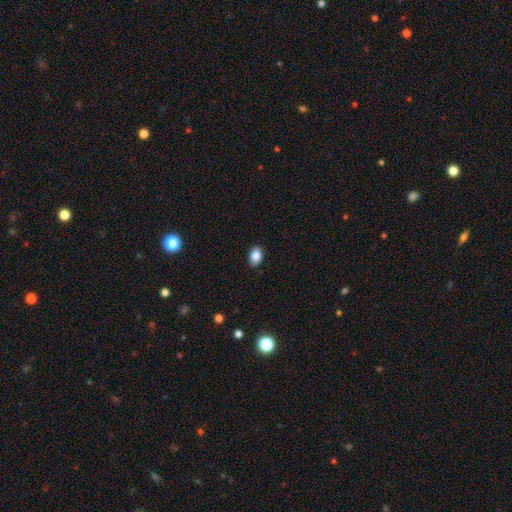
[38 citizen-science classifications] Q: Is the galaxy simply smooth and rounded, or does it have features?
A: smooth — 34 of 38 (89%).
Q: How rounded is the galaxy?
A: in between — 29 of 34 (85%).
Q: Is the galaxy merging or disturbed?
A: none — 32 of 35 (91%).